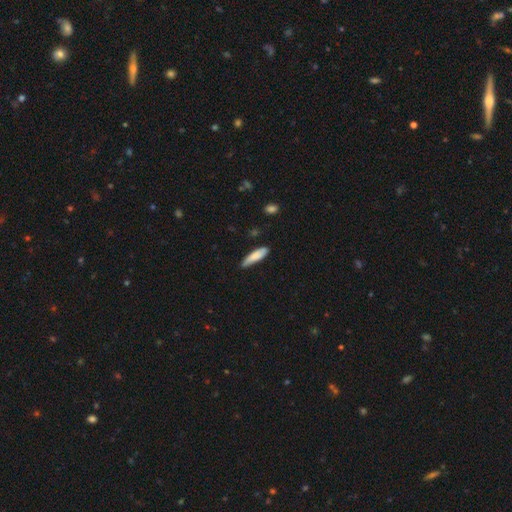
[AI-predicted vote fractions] Q: Smooth or featured?
A: smooth (81%); runner-up: featured or disk (13%)
Q: How rounded?
A: cigar-shaped (72%); runner-up: in between (26%)
Q: Merging?
A: none (66%); runner-up: minor disturbance (28%)